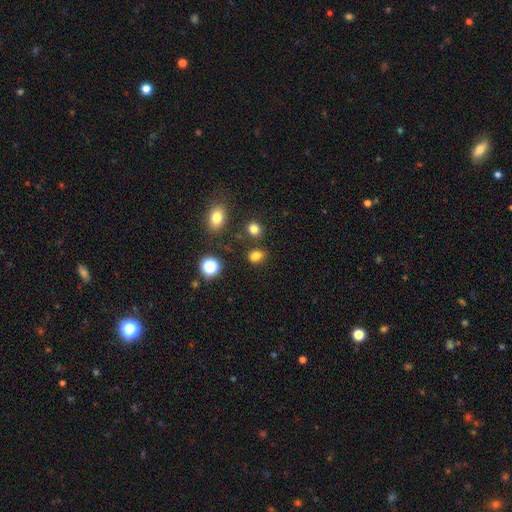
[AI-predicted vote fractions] The model was most divided on "how rounded": in between: 62%, round: 36%, cigar-shaped: 2%. More confident: smooth or featured — smooth (77%); merging — none (72%).